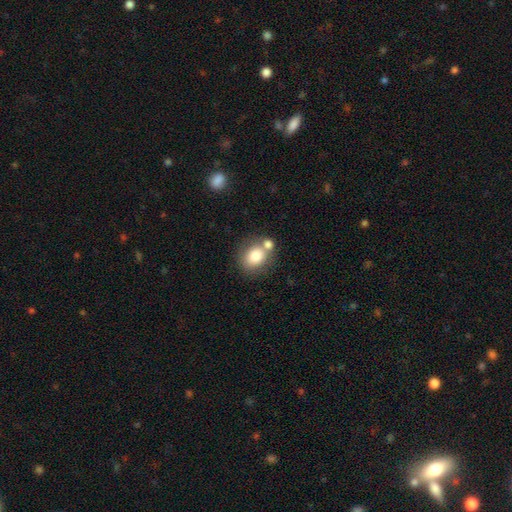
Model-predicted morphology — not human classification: Smooth or featured: smooth — 80% (featured or disk — 11%)
How rounded: round — 63% (in between — 36%)
Merging: none — 56% (merger — 27%)